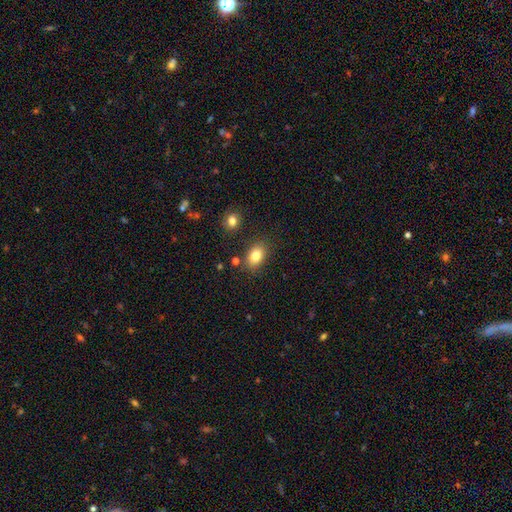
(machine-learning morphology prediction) Q: Smooth or featured?
A: smooth (82%); runner-up: star or artifact (9%)
Q: How rounded?
A: in between (80%); runner-up: round (19%)
Q: Merging?
A: none (81%); runner-up: minor disturbance (11%)